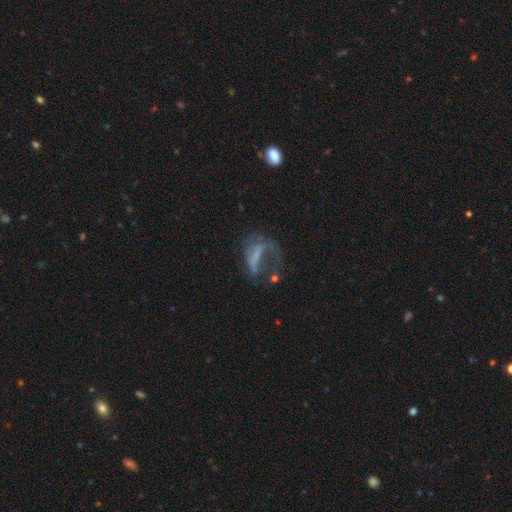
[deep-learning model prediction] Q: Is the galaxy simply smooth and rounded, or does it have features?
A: featured or disk — 53%.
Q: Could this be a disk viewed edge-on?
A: no — 92%.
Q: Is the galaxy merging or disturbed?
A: major disturbance — 52%.